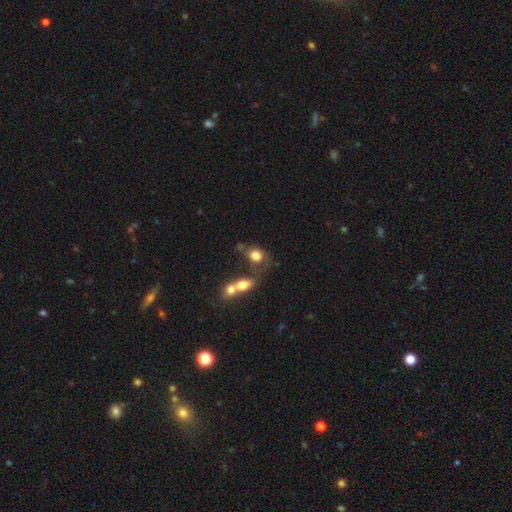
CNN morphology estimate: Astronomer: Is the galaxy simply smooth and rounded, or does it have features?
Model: smooth — 78%.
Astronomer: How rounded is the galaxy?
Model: in between — 52% (runner-up: round, 46%).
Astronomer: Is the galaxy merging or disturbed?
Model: merger — 39% (runner-up: none, 33%).